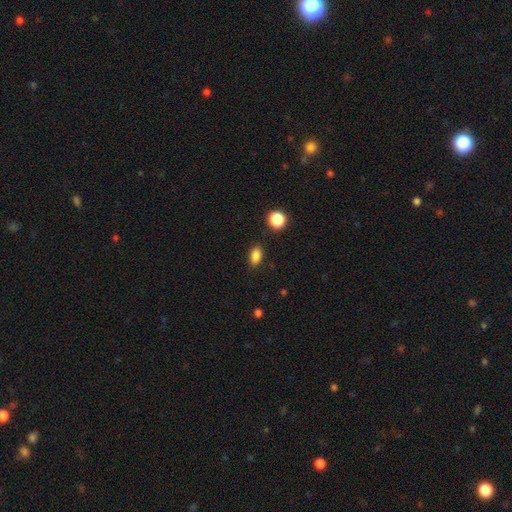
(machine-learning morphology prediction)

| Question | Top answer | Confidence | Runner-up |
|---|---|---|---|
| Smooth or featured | smooth | 86% | star or artifact (10%) |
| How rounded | in between | 85% | round (11%) |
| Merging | none | 86% | minor disturbance (9%) |